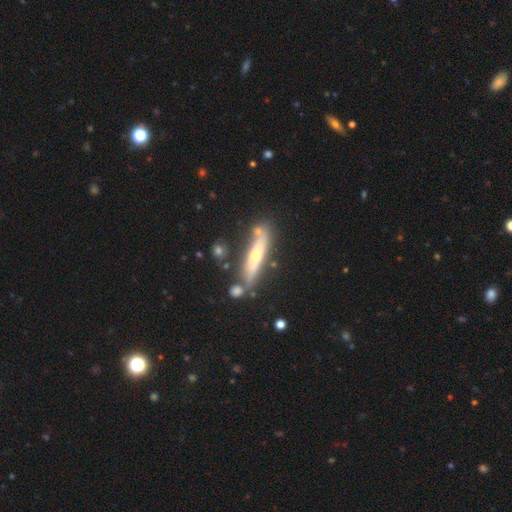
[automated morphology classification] This is likely a featured or disk galaxy (66%). It is likely viewed edge-on (77%). Edge-on bulge: clearly rounded (81%). Merging: likely none (69%).